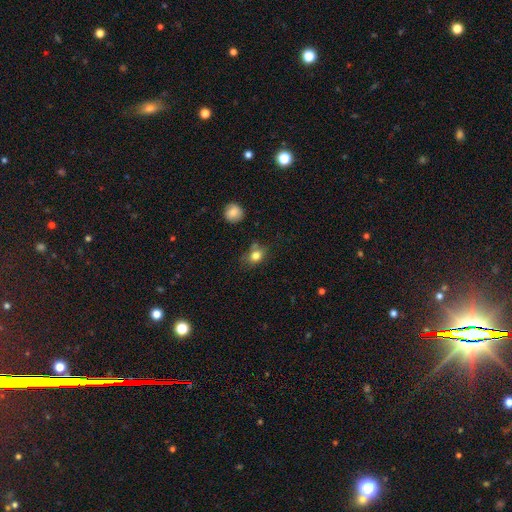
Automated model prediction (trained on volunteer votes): Smooth or featured?
  - smooth: 81% *
  - star or artifact: 11%
  - featured or disk: 9%
How rounded?
  - in between: 55% *
  - round: 44%
  - cigar-shaped: 2%
Merging?
  - none: 60% *
  - minor disturbance: 25%
  - major disturbance: 8%
  - merger: 7%